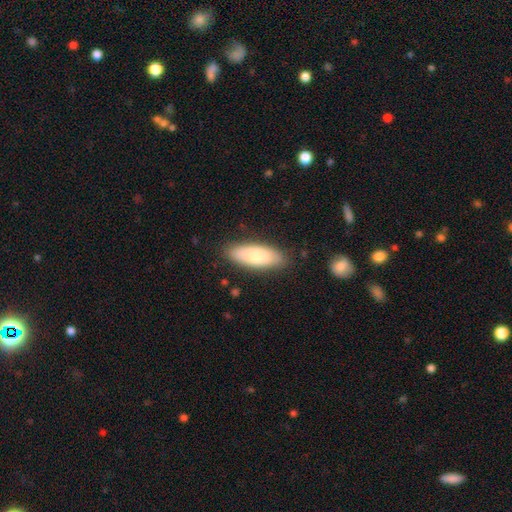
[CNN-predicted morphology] A smooth galaxy with no disk features (80%) that is in between round and cigar-shaped (68%).

Vote fractions:
- Smooth or featured? smooth: 80% / featured or disk: 15% / star or artifact: 6%
- How rounded? in between: 68% / cigar-shaped: 30% / round: 2%
- Merging? none: 84% / minor disturbance: 12% / major disturbance: 3% / merger: 1%